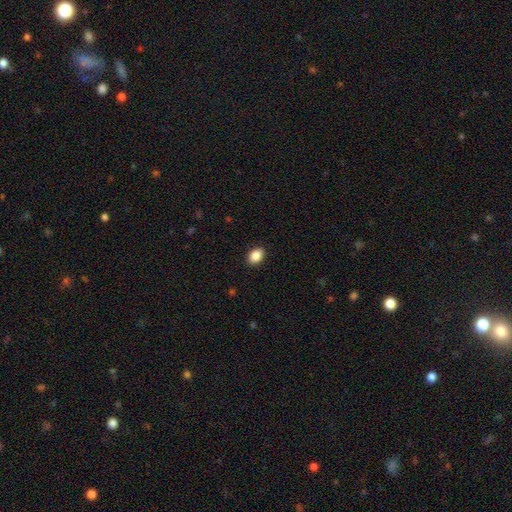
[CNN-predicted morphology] Smooth or featured? Predicted: smooth (p=0.87). How rounded? Predicted: in between (p=0.73). Merging? Predicted: none (p=0.90).